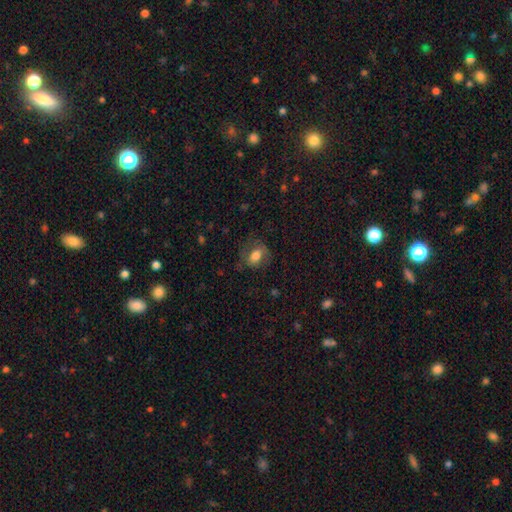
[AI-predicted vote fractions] Morphology: type=smooth (70%); roundness=in between (67%); merging=none (61%).